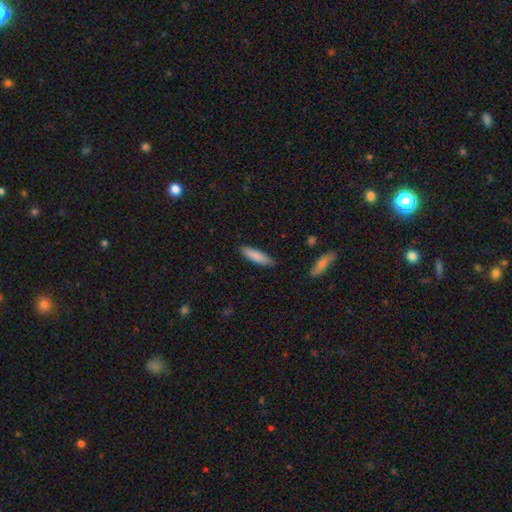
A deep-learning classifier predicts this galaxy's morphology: This is clearly a smooth galaxy (86%). How rounded: likely cigar-shaped (67%). Merging: clearly none (86%).